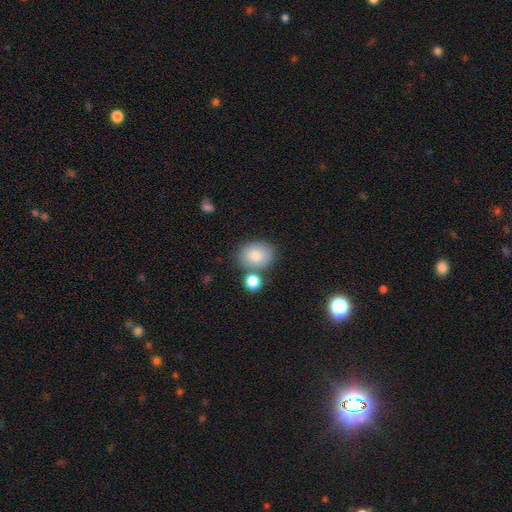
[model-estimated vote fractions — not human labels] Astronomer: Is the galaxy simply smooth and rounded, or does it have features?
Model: smooth — 82%.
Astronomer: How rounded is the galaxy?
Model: in between — 66%.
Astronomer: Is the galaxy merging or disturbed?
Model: none — 69%.